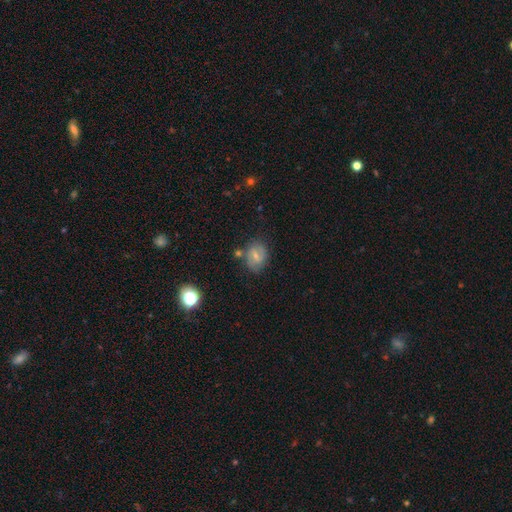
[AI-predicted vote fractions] smooth_or_featured: smooth (p=0.48) [alt: featured or disk p=0.41]
merging: none (p=0.70) [alt: minor disturbance p=0.18]